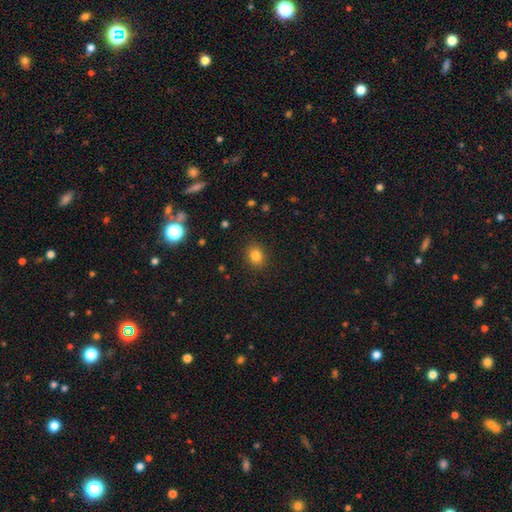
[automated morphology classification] Smooth or featured?
  - smooth: 82% *
  - star or artifact: 12%
  - featured or disk: 6%
How rounded?
  - round: 64% *
  - in between: 35%
  - cigar-shaped: 1%
Merging?
  - none: 89% *
  - minor disturbance: 8%
  - major disturbance: 3%
  - merger: 1%